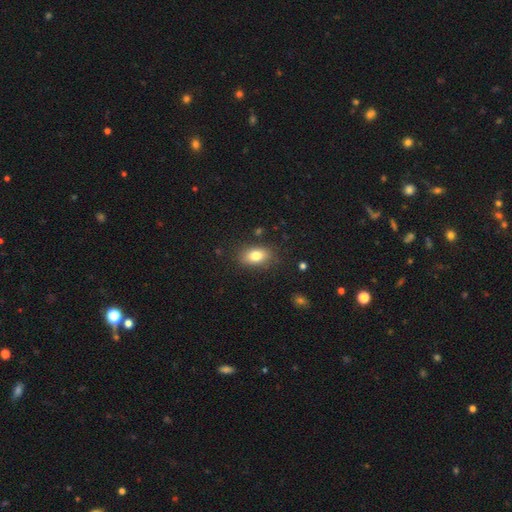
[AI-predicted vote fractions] Smooth or featured? smooth (80%)
How rounded? in between (85%)
Merging? none (84%)